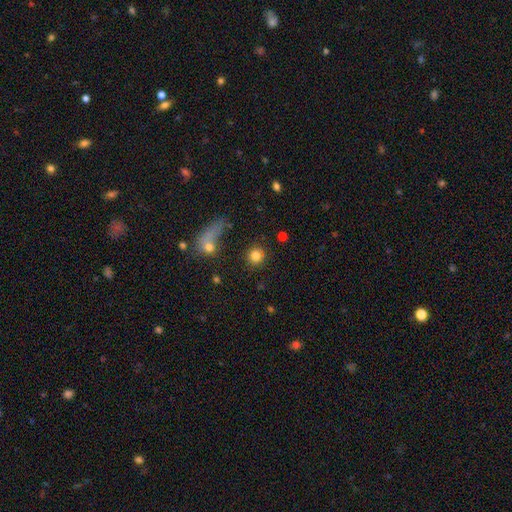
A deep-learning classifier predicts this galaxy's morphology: A smooth galaxy with no disk features (82%) that is round (91%).

Vote fractions:
- Smooth or featured? smooth: 82% / star or artifact: 11% / featured or disk: 7%
- How rounded? round: 91% / in between: 8% / cigar-shaped: 1%
- Merging? none: 85% / minor disturbance: 7% / merger: 4% / major disturbance: 4%